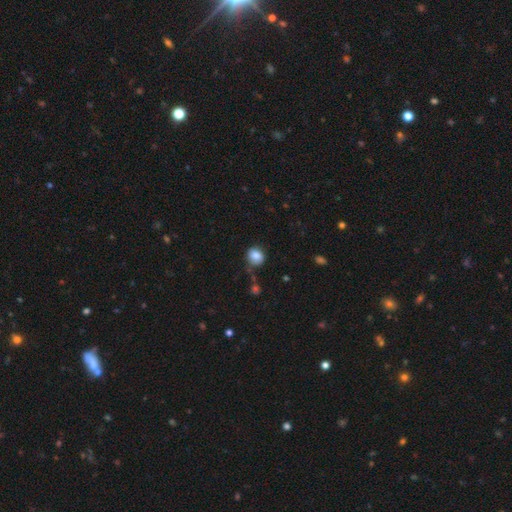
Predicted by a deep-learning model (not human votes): smooth 83%, star or artifact 9%, featured or disk 8%. Down the decision tree: how rounded — round (75%); merging — none (71%).